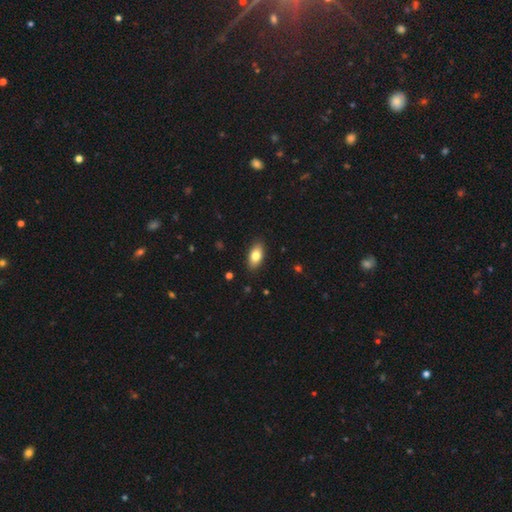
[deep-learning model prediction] smooth-or-featured: smooth: 79% | featured or disk: 14% | star or artifact: 7%
  how-rounded: in between: 89% | cigar-shaped: 7% | round: 5%
  merging: none: 88% | minor disturbance: 9% | major disturbance: 2% | merger: 1%